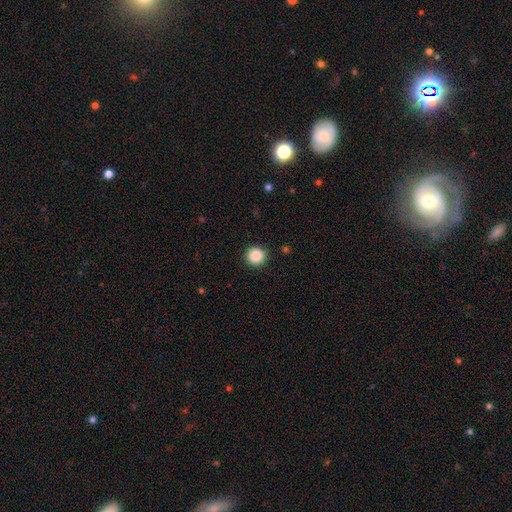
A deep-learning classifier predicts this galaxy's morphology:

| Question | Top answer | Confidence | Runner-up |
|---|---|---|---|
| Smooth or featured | smooth | 88% | star or artifact (9%) |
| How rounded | round | 95% | in between (5%) |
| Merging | none | 92% | minor disturbance (5%) |